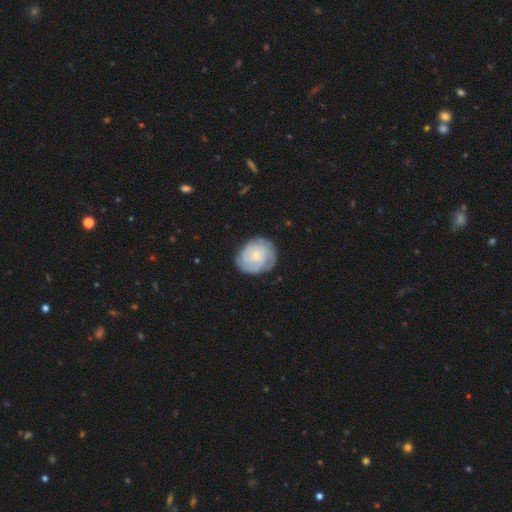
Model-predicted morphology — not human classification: A featured or disk galaxy (65%) with no bar (78%), tight (71%) spiral arms (87%) and a small central bulge (71%). Merging: none (74%).